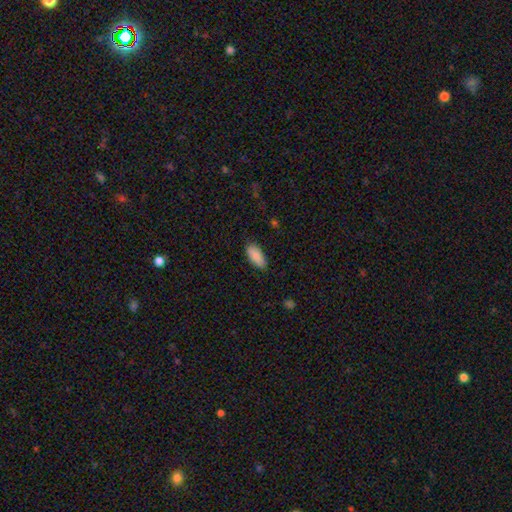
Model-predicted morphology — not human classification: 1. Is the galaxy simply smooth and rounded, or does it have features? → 87% smooth, 6% star or artifact, 6% featured or disk.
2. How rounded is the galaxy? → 90% in between, 9% cigar-shaped, 2% round.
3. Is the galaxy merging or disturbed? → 85% none, 12% minor disturbance, 2% major disturbance, 1% merger.